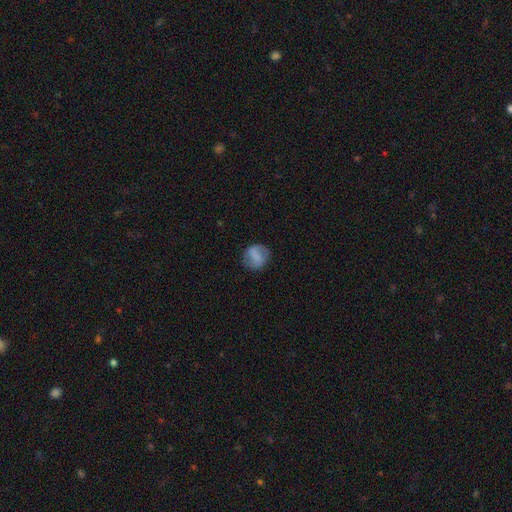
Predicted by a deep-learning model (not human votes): A smooth galaxy with no disk features (63%) that is round (73%).

Vote fractions:
- Smooth or featured? smooth: 63% / featured or disk: 28% / star or artifact: 9%
- How rounded? round: 73% / in between: 25% / cigar-shaped: 2%
- Merging? none: 76% / minor disturbance: 16% / major disturbance: 6% / merger: 1%